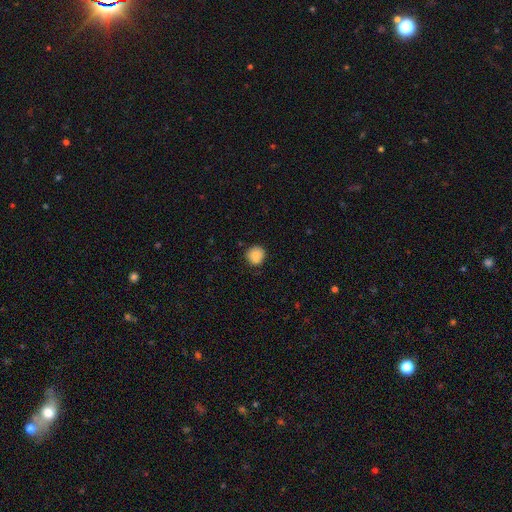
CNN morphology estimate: Smooth or featured? Predicted: smooth (p=0.79). How rounded? Predicted: round (p=0.83). Merging? Predicted: none (p=0.63).